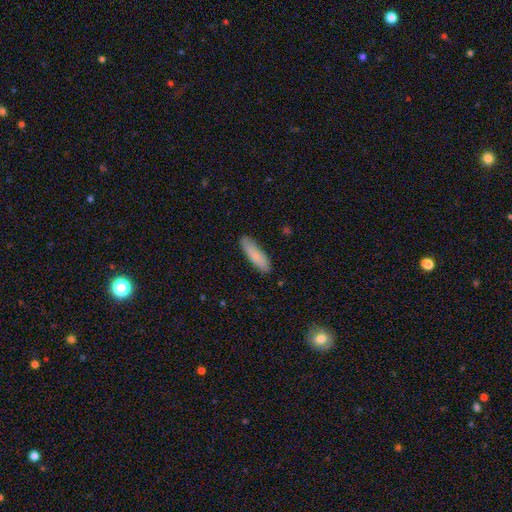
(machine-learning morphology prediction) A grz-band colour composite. It shows a smooth galaxy with no disk features (77%) that is cigar-shaped (55%). Merging: none (79%).